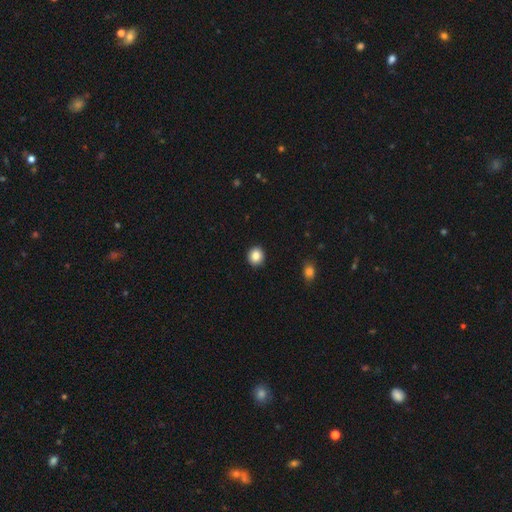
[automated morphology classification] Overall: smooth (86%). How rounded: round (85%). Merging: none (92%).